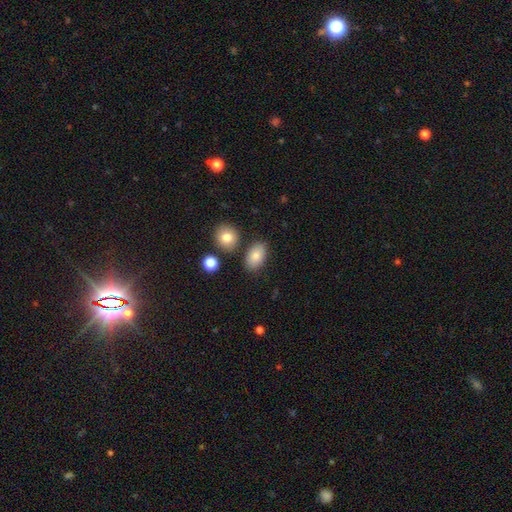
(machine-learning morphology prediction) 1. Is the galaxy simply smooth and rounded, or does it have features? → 81% smooth, 11% featured or disk, 8% star or artifact.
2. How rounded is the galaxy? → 89% in between, 9% round, 2% cigar-shaped.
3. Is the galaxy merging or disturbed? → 78% none, 11% minor disturbance, 7% merger, 3% major disturbance.